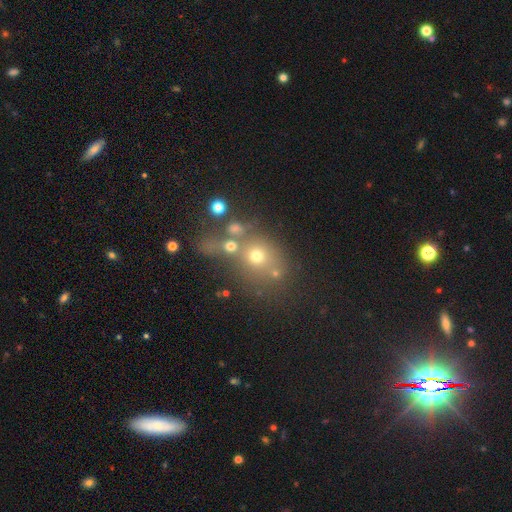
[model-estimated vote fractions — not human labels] A smooth galaxy with no disk features (50%). Merging: none (45%).